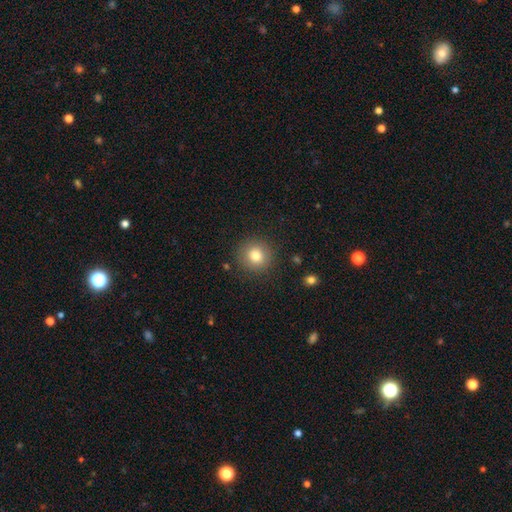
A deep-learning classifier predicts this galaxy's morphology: The model was most divided on "smooth or featured": smooth: 80%, star or artifact: 11%, featured or disk: 9%. More confident: how rounded — round (92%); merging — none (88%).